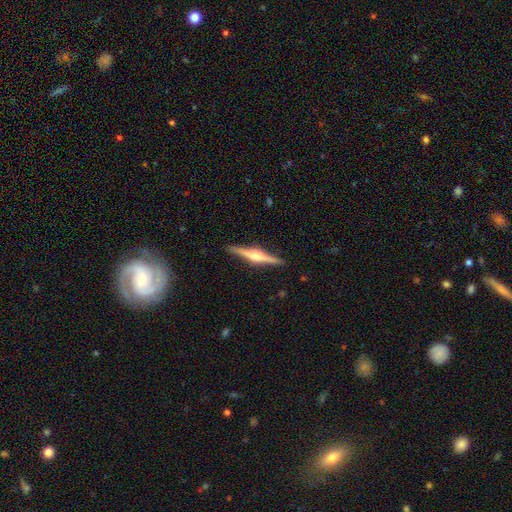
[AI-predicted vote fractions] Smooth or featured: featured or disk — 78% (smooth — 17%)
Edge-on disk: yes — 98% (no — 2%)
Edge-on bulge: rounded — 90% (boxy — 6%)
Merging: none — 91% (minor disturbance — 7%)